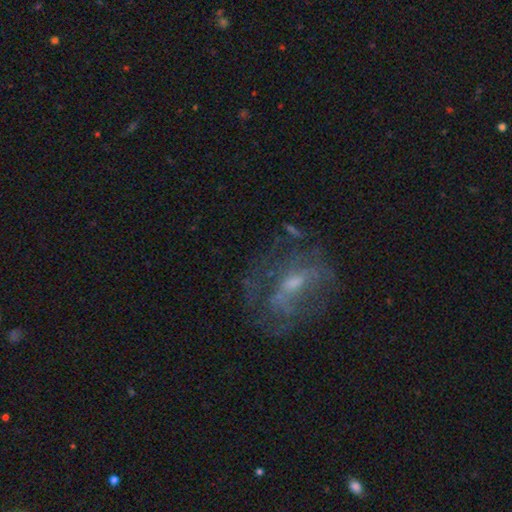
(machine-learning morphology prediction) smooth-or-featured: featured or disk: 64% | smooth: 19% | star or artifact: 17%
  disk-edge-on: no: 93% | yes: 7%
    bar: no: 46% | weak: 40% | strong: 14%
    has-spiral-arms: yes: 51% | no: 49%
    bulge-size: small: 50% | moderate: 38% | none: 9% | large: 3% | dominant: 1%
  merging: none: 55% | major disturbance: 23% | minor disturbance: 18% | merger: 3%